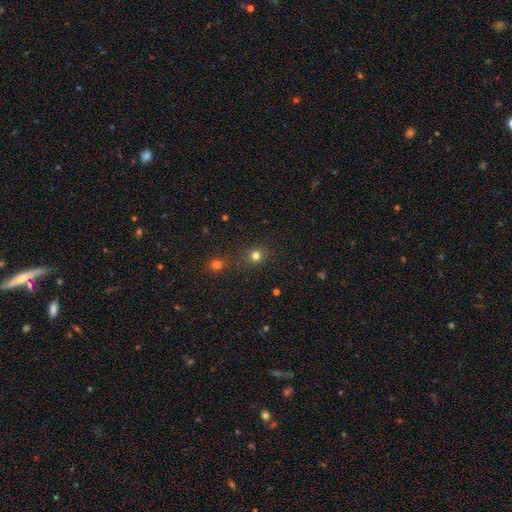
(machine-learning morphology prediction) A smooth galaxy with no disk features (75%) that is round (89%).

Vote fractions:
- Smooth or featured? smooth: 75% / star or artifact: 20% / featured or disk: 6%
- How rounded? round: 89% / in between: 10% / cigar-shaped: 1%
- Merging? none: 75% / merger: 13% / minor disturbance: 8% / major disturbance: 4%